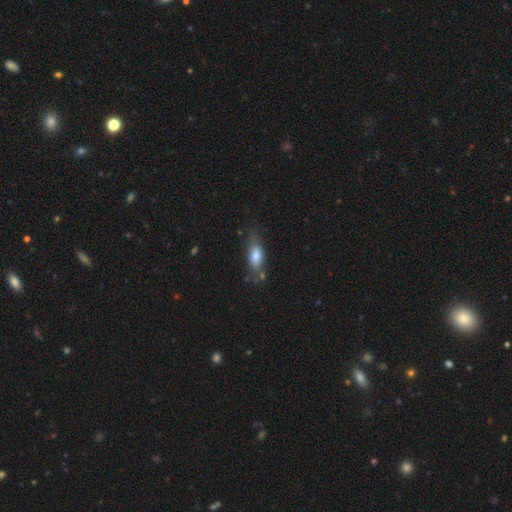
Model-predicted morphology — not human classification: A smooth galaxy with no disk features (74%) that is in between round and cigar-shaped (75%). Merging: none (61%).